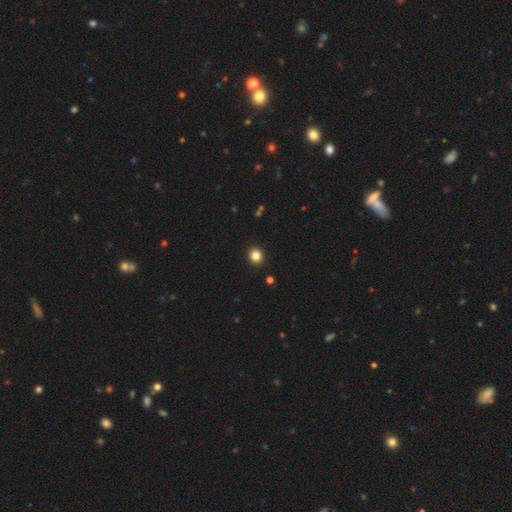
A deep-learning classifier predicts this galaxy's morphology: A smooth galaxy with no disk features (84%) that is round (83%). Merging: none (92%).